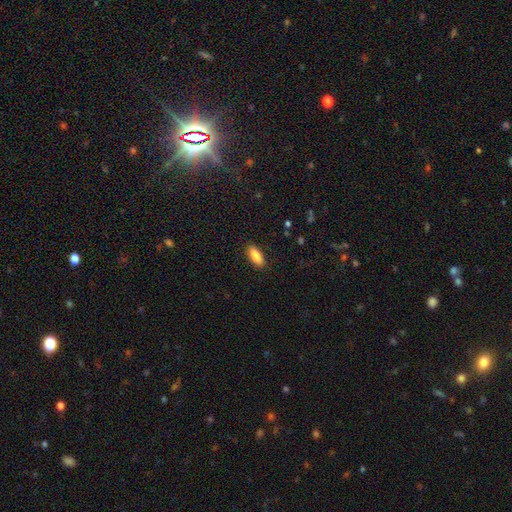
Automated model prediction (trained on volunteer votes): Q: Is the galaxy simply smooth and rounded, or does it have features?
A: smooth — 87%.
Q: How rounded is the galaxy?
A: in between — 78%.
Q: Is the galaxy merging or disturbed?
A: none — 89%.